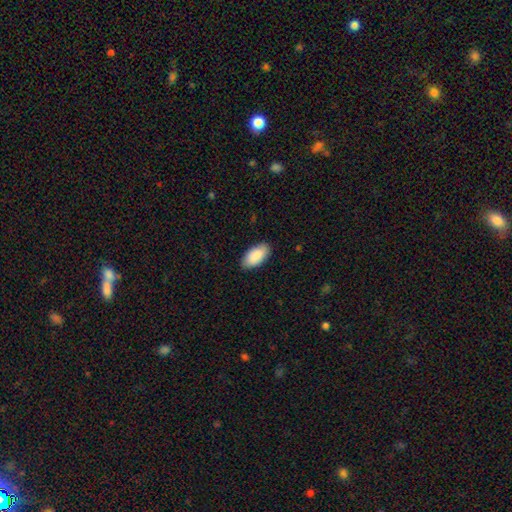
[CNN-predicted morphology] A smooth galaxy with no disk features (89%) that is in between round and cigar-shaped (95%).

Vote fractions:
- Smooth or featured? smooth: 89% / star or artifact: 6% / featured or disk: 5%
- How rounded? in between: 95% / cigar-shaped: 3% / round: 2%
- Merging? none: 86% / minor disturbance: 11% / major disturbance: 2% / merger: 1%